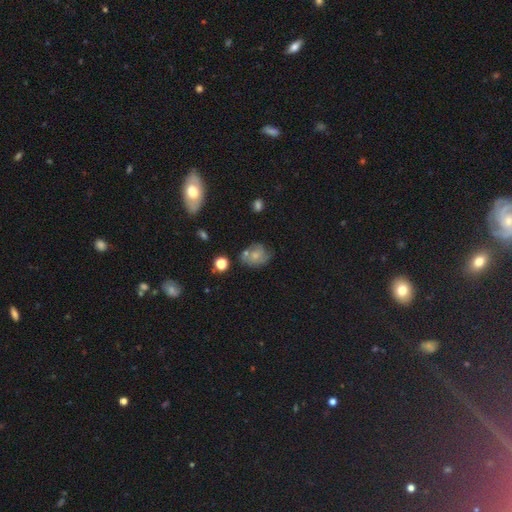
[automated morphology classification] smooth 56%, featured or disk 32%, star or artifact 12%. Down the decision tree: how rounded — round (58%); merging — none (52%).